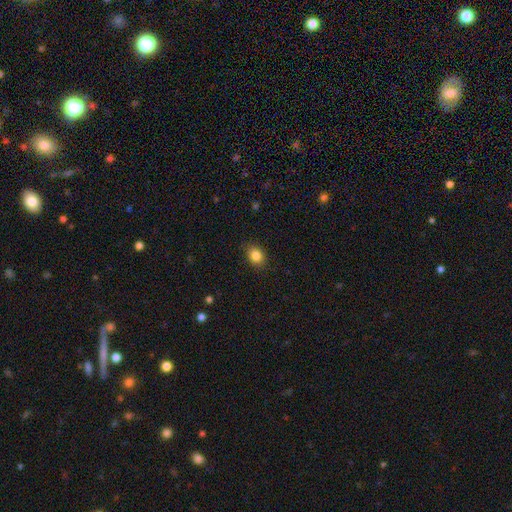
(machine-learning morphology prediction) This is clearly a smooth galaxy (85%). How rounded: possibly in between (55%). Merging: clearly none (86%).